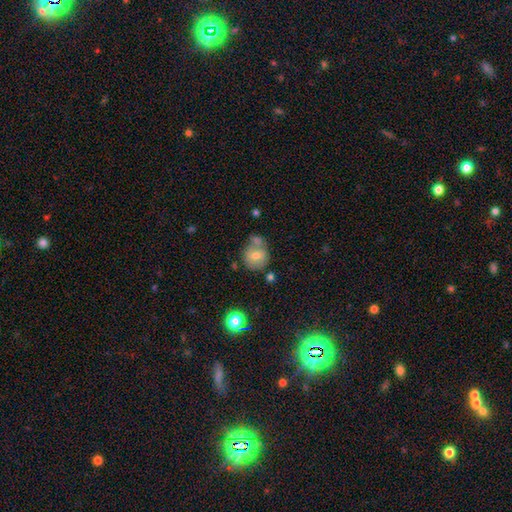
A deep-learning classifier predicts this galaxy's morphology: This appears to be a smooth galaxy with no disk features (67%) that is round (80%). Merging: none (51%).